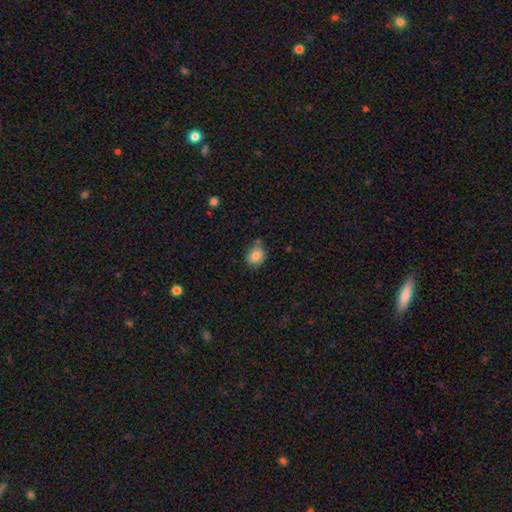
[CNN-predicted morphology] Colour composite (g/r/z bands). It shows a smooth galaxy with no disk features (85%) that is round (52%). Merging: none (68%).